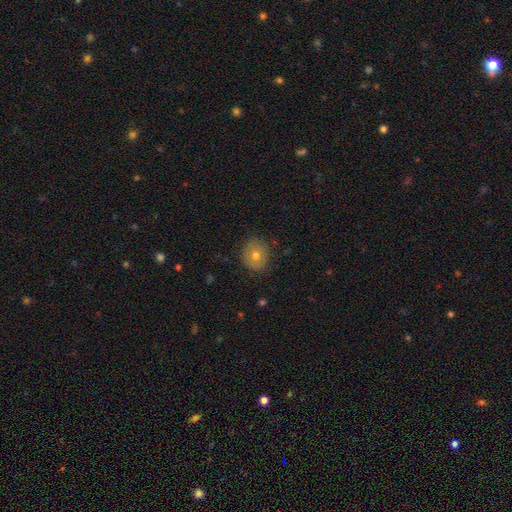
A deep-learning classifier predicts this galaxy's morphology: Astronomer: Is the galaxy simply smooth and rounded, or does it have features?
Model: smooth — 65%.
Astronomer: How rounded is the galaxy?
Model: round — 82%.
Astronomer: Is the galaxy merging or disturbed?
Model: none — 86%.